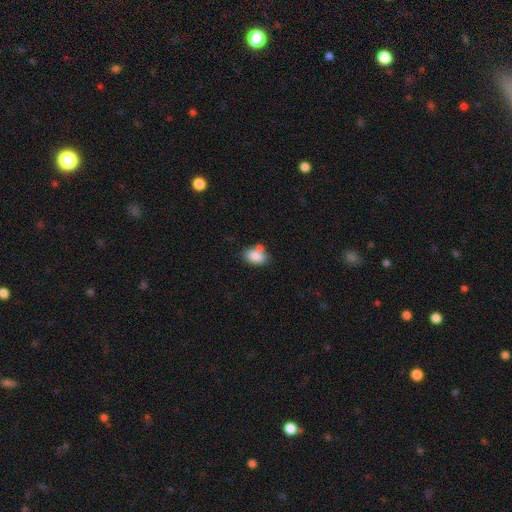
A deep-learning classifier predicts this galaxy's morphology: Smooth or featured: smooth — 85% (star or artifact — 8%)
How rounded: in between — 84% (round — 15%)
Merging: none — 60% (merger — 20%)